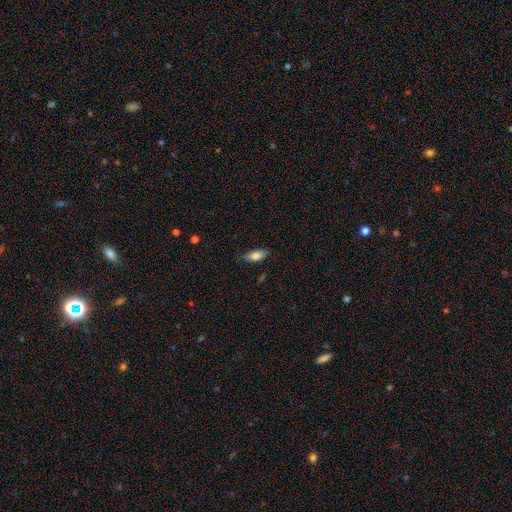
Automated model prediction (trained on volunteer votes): Smooth or featured? smooth (83%)
How rounded? in between (85%)
Merging? none (80%)